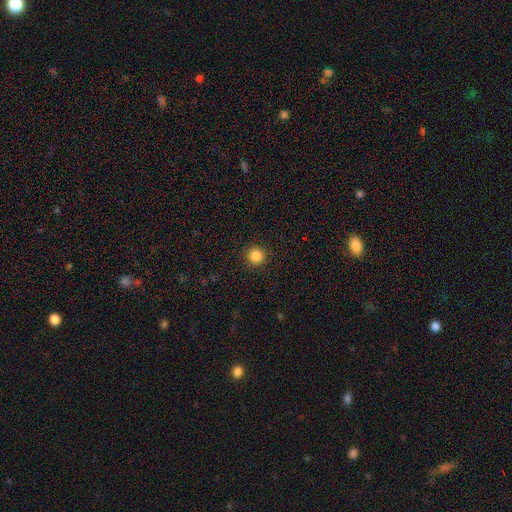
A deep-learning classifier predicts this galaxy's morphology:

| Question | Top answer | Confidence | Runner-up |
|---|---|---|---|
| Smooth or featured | smooth | 85% | star or artifact (11%) |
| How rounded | round | 95% | in between (4%) |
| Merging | none | 93% | minor disturbance (5%) |